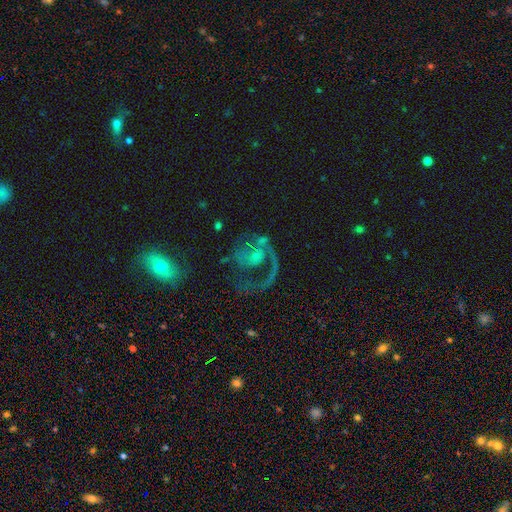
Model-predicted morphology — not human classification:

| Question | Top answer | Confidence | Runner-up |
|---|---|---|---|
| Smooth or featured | featured or disk | 74% | smooth (15%) |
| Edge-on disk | no | 98% | yes (2%) |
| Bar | no | 73% | weak (21%) |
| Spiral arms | yes | 77% | no (23%) |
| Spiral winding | medium | 39% | loose (36%) |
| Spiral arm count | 1 | 71% | 2 (16%) |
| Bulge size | small | 58% | moderate (20%) |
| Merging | major disturbance | 40% | none (39%) |